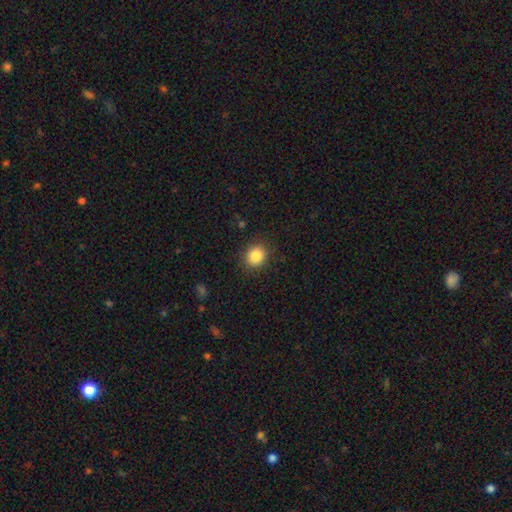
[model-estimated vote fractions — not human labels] Smooth or featured: smooth — 85% (star or artifact — 10%)
How rounded: round — 72% (in between — 27%)
Merging: none — 88% (minor disturbance — 8%)